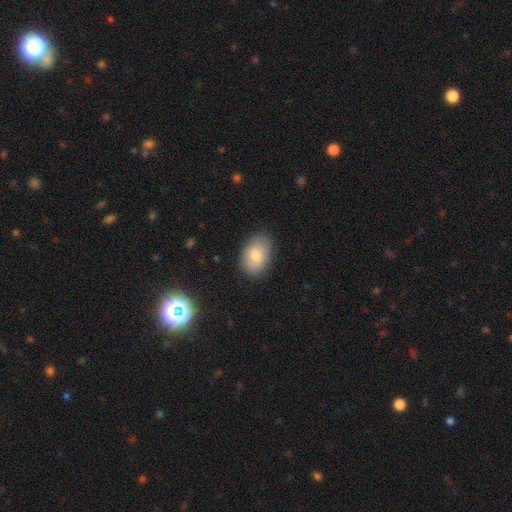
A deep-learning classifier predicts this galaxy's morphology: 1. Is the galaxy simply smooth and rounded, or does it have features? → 78% smooth, 15% featured or disk, 7% star or artifact.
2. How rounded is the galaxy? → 87% in between, 12% round, 1% cigar-shaped.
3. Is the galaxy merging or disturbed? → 83% none, 13% minor disturbance, 3% major disturbance, 1% merger.